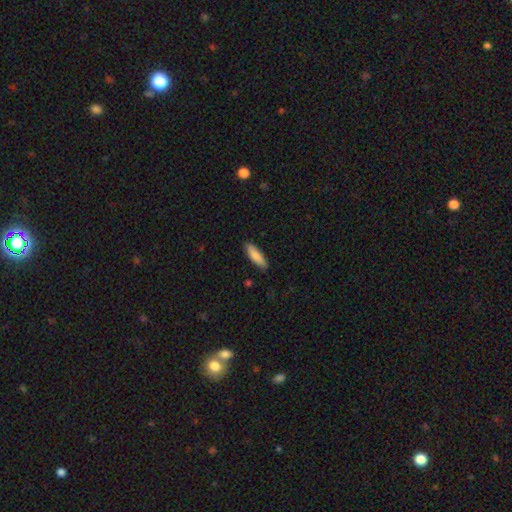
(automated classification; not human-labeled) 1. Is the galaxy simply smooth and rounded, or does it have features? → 85% smooth, 9% featured or disk, 6% star or artifact.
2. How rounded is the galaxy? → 59% cigar-shaped, 40% in between, 1% round.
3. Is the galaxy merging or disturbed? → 87% none, 10% minor disturbance, 2% major disturbance, 1% merger.